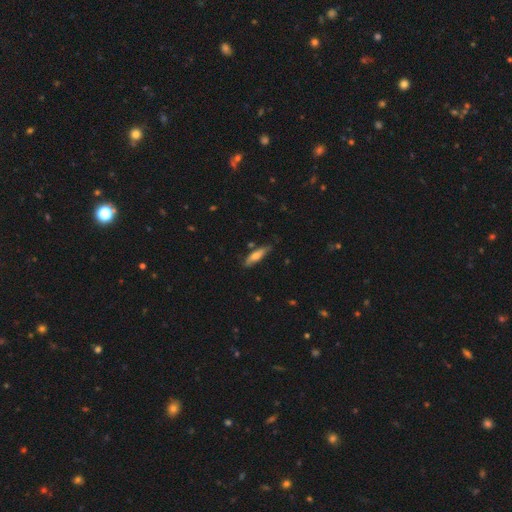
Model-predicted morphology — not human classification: smooth 61%, featured or disk 32%, star or artifact 7%. Down the decision tree: how rounded — cigar-shaped (68%); merging — none (74%).